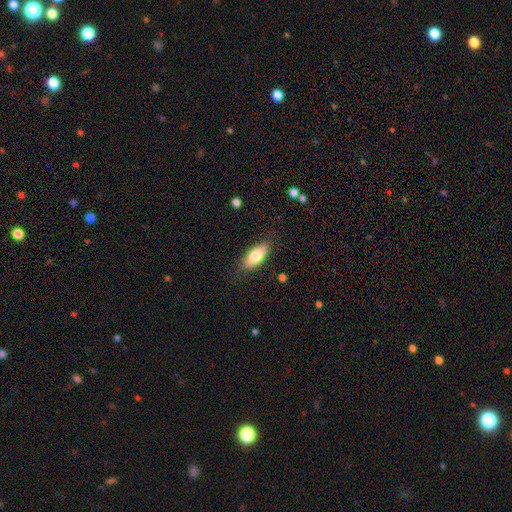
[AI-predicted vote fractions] Overall: smooth (75%). How rounded: in between (80%). Merging: none (82%).